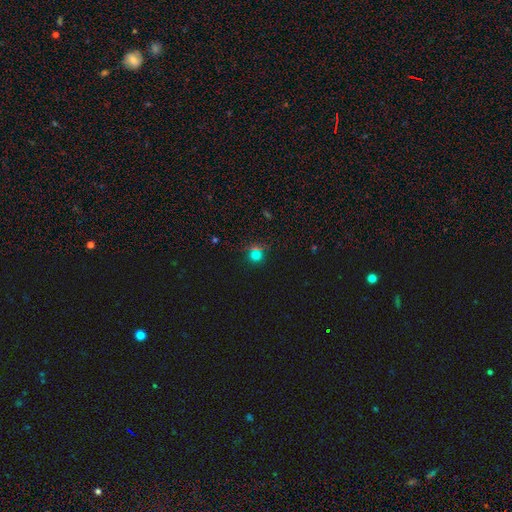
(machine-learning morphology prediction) The model was most divided on "smooth or featured": smooth: 56%, star or artifact: 38%, featured or disk: 6%. More confident: how rounded — round (89%); merging — none (78%).